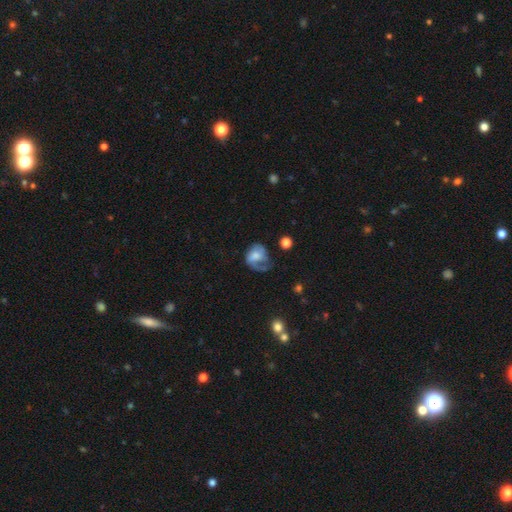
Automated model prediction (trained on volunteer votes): Smooth or featured?
  - featured or disk: 58% *
  - smooth: 34%
  - star or artifact: 8%
Edge-on disk?
  - no: 97% *
  - yes: 3%
Bar?
  - no: 59% *
  - weak: 33%
  - strong: 7%
Spiral arms?
  - yes: 84% *
  - no: 16%
Bulge size?
  - moderate: 38% *
  - small: 27%
  - none: 16%
  - large: 15%
  - dominant: 3%
Merging?
  - none: 36% *
  - major disturbance: 35%
  - minor disturbance: 26%
  - merger: 3%